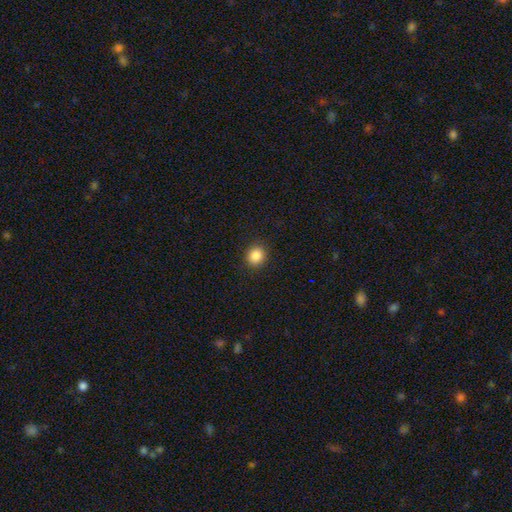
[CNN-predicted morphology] smooth 86%, star or artifact 10%, featured or disk 4%. Down the decision tree: how rounded — round (80%); merging — none (91%).